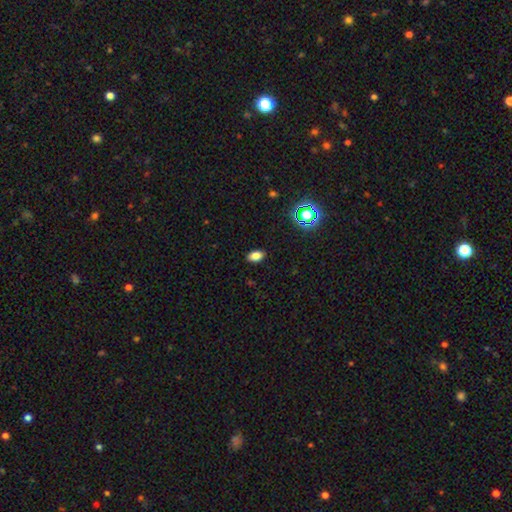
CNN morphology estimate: Smooth or featured: smooth — 80% (star or artifact — 13%)
How rounded: in between — 88% (round — 10%)
Merging: none — 88% (minor disturbance — 9%)